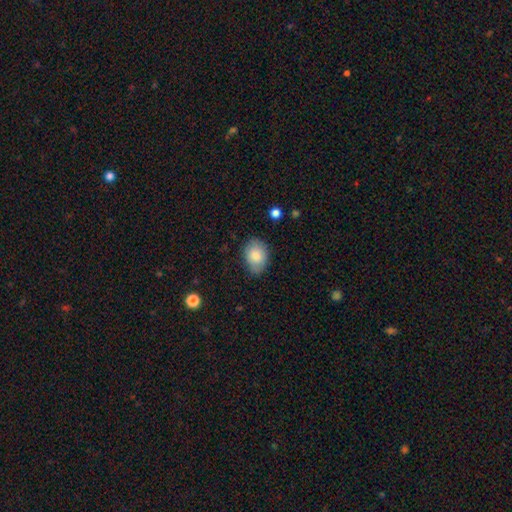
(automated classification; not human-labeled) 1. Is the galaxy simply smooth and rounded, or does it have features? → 83% smooth, 10% featured or disk, 7% star or artifact.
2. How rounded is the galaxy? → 73% in between, 26% round, 1% cigar-shaped.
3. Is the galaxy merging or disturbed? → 73% none, 21% minor disturbance, 4% major disturbance, 1% merger.